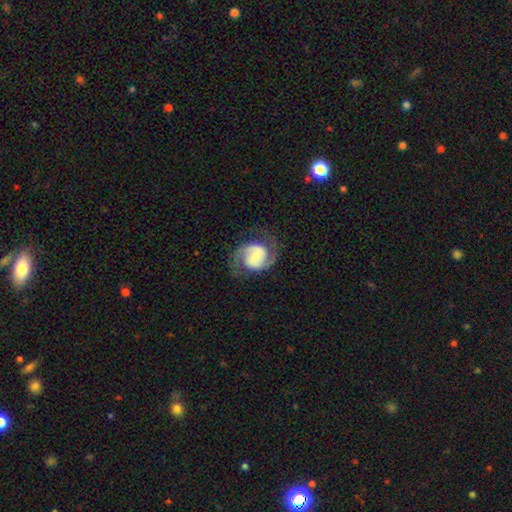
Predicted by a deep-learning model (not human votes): Smooth or featured: featured or disk — 84% (smooth — 11%)
Edge-on disk: no — 98% (yes — 2%)
Bar: no — 51% (weak — 37%)
Spiral arms: yes — 96% (no — 4%)
Spiral winding: medium — 52% (tight — 28%)
Spiral arm count: 2 — 91% (can't tell — 4%)
Bulge size: small — 46% (moderate — 39%)
Merging: none — 74% (minor disturbance — 14%)